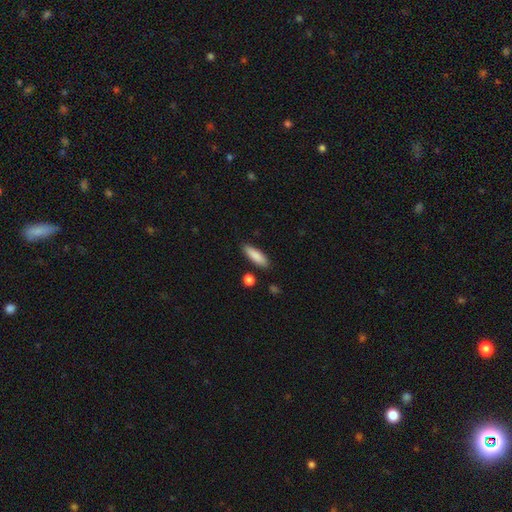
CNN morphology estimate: This appears to be a smooth galaxy with no disk features (86%) that is cigar-shaped (53%). Merging: none (86%).